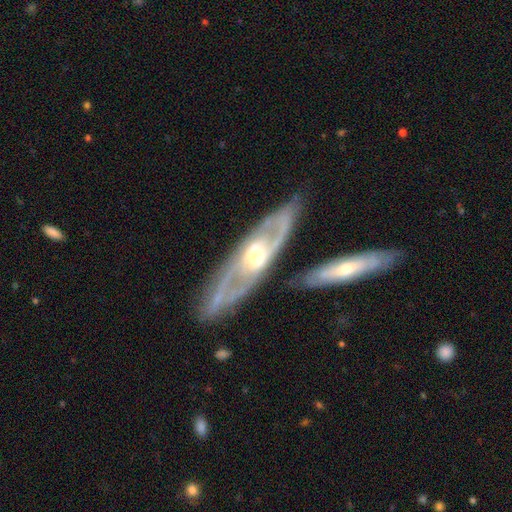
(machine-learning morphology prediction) This appears to be a featured or disk galaxy (84%) with no bar (44%), 2 (76%) medium (46%) spiral arms (87%) and a moderate central bulge (61%). Merging: none (77%).